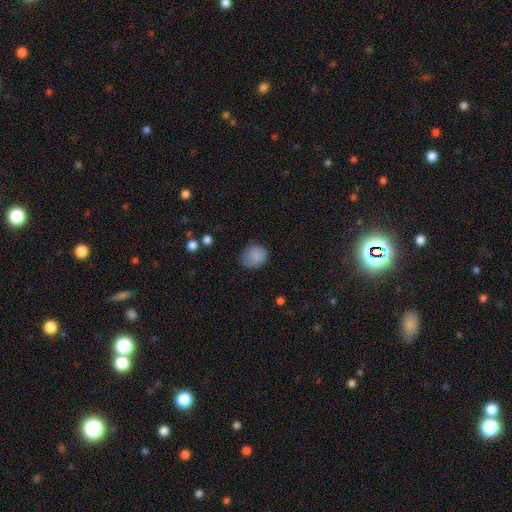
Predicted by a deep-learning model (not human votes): A smooth galaxy with no disk features (86%) that is round (70%).

Vote fractions:
- Smooth or featured? smooth: 86% / star or artifact: 9% / featured or disk: 6%
- How rounded? round: 70% / in between: 30% / cigar-shaped: 1%
- Merging? none: 70% / minor disturbance: 23% / major disturbance: 5% / merger: 1%